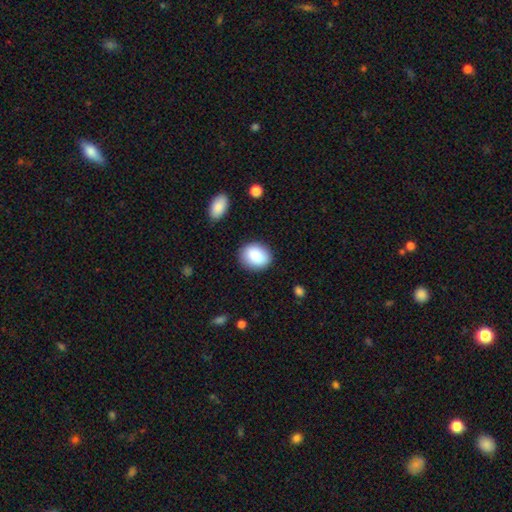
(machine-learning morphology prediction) smooth_or_featured: smooth (p=0.88) [alt: star or artifact p=0.07]
how_rounded: in between (p=0.57) [alt: round p=0.42]
merging: none (p=0.85) [alt: minor disturbance p=0.10]